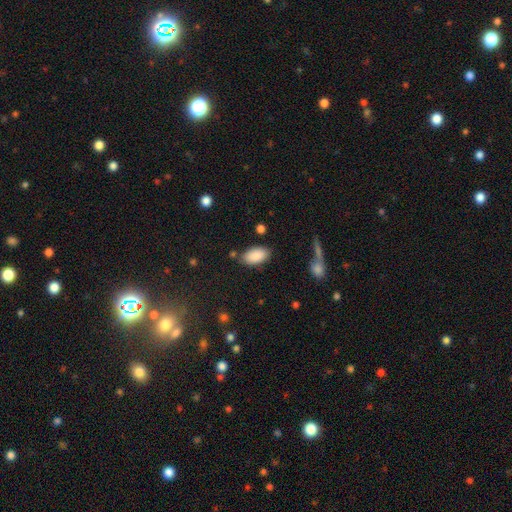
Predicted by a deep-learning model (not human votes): This appears to be a smooth galaxy with no disk features (89%) that is in between round and cigar-shaped (95%). Merging: none (81%).